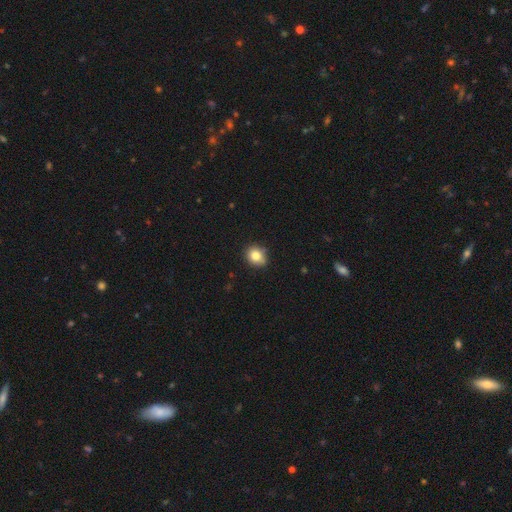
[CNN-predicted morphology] A smooth galaxy with no disk features (82%) that is round (68%).

Vote fractions:
- Smooth or featured? smooth: 82% / star or artifact: 10% / featured or disk: 8%
- How rounded? round: 68% / in between: 31% / cigar-shaped: 1%
- Merging? none: 78% / minor disturbance: 17% / major disturbance: 3% / merger: 2%